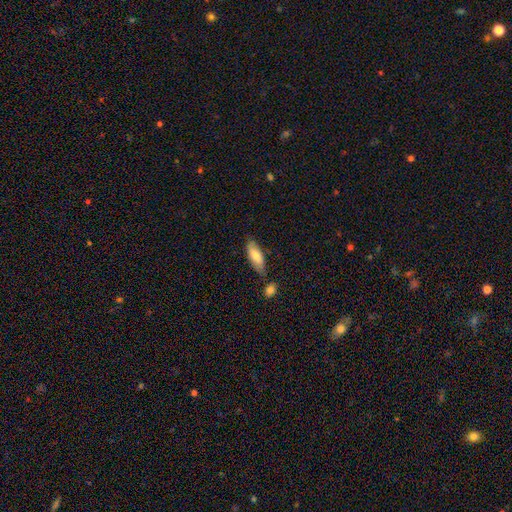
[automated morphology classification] A smooth galaxy with no disk features (73%) that is in between round and cigar-shaped (73%). Merging: none (69%).